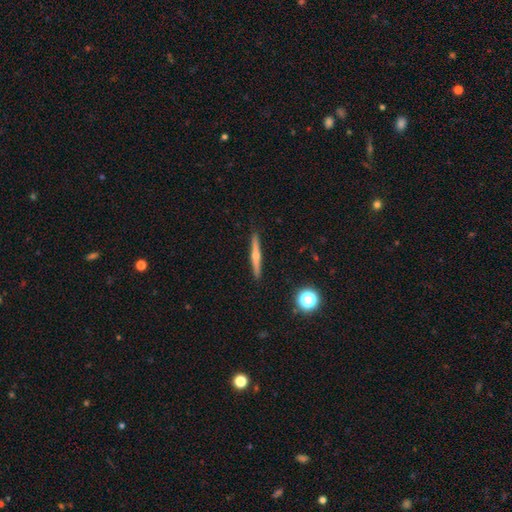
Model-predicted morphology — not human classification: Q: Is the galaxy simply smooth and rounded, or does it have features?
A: featured or disk — 61%.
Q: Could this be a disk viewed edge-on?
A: yes — 97%.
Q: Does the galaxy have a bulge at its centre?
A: rounded — 86%.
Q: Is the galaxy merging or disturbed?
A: none — 91%.